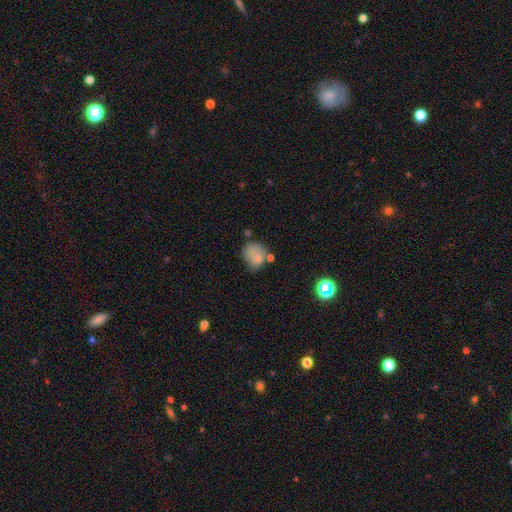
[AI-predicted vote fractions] smooth 74%, featured or disk 14%, star or artifact 12%. Down the decision tree: how rounded — round (61%); merging — none (49%).